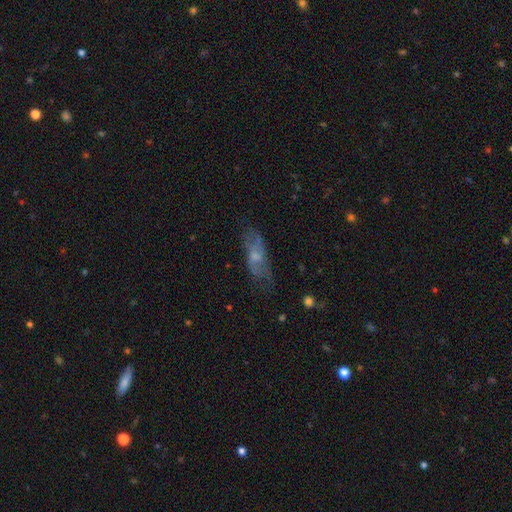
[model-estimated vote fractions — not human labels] This is possibly a featured or disk galaxy (48%). Merging: likely none (60%).